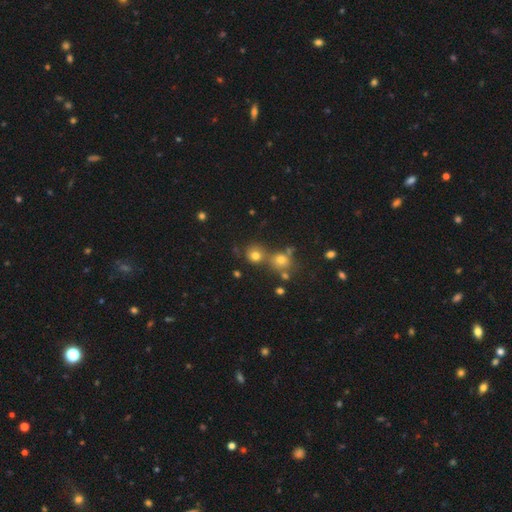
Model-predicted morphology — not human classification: This is likely a smooth galaxy (73%). How rounded: clearly round (87%). Merging: likely none (61%).